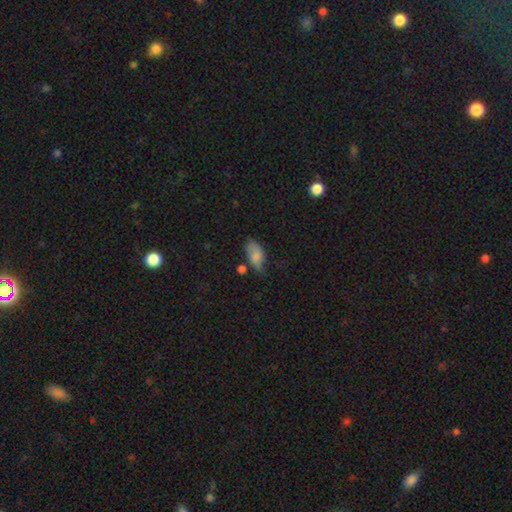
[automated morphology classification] smooth 72%, featured or disk 19%, star or artifact 9%. Down the decision tree: how rounded — in between (91%); merging — none (44%).